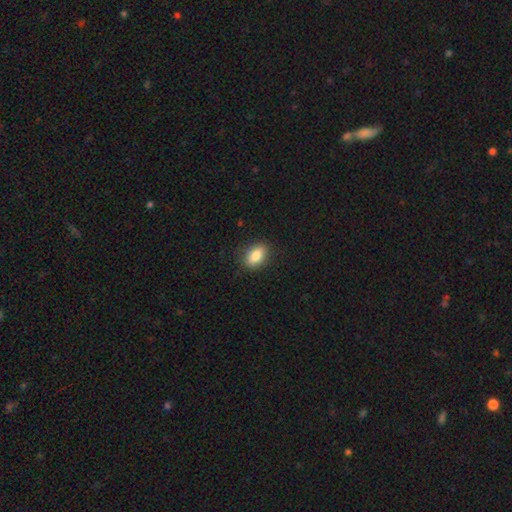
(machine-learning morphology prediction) This is clearly a smooth galaxy (85%). How rounded: clearly in between (87%). Merging: clearly none (85%).